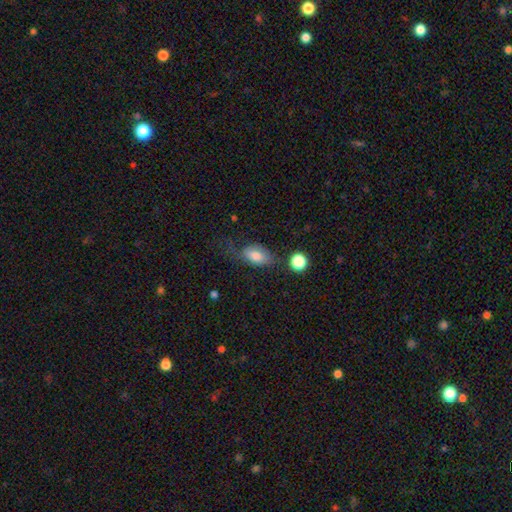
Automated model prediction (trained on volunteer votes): Overall: smooth (76%). How rounded: in between (88%). Merging: none (44%; minor disturbance 29%).